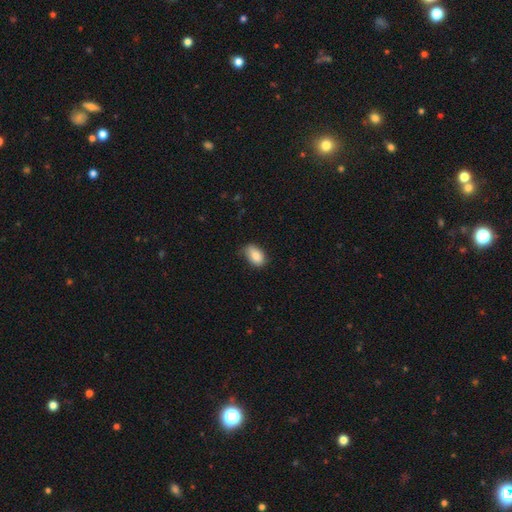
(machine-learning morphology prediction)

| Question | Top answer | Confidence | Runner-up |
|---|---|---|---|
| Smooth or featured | smooth | 85% | star or artifact (7%) |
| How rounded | in between | 89% | round (9%) |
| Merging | none | 65% | minor disturbance (29%) |